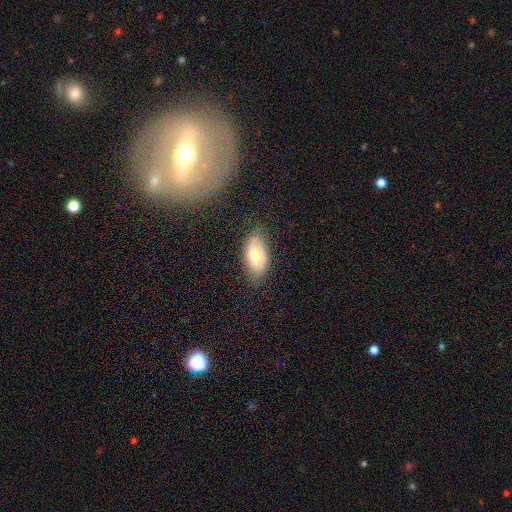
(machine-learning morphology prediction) This is likely a smooth galaxy (72%). How rounded: clearly in between (93%). Merging: likely none (77%).